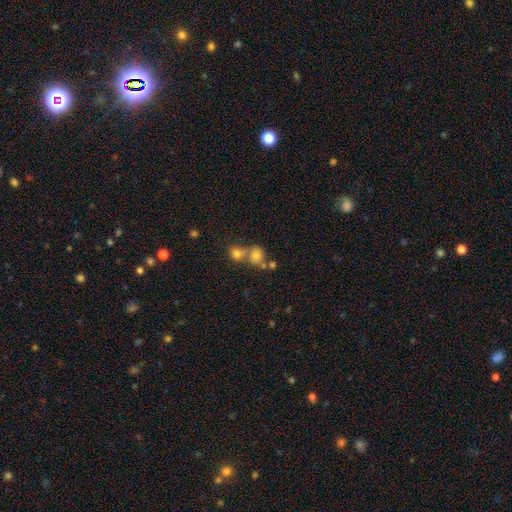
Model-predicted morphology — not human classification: smooth_or_featured: smooth (p=0.61) [alt: star or artifact p=0.23]
how_rounded: round (p=0.77) [alt: in between p=0.21]
merging: merger (p=0.48) [alt: none p=0.40]